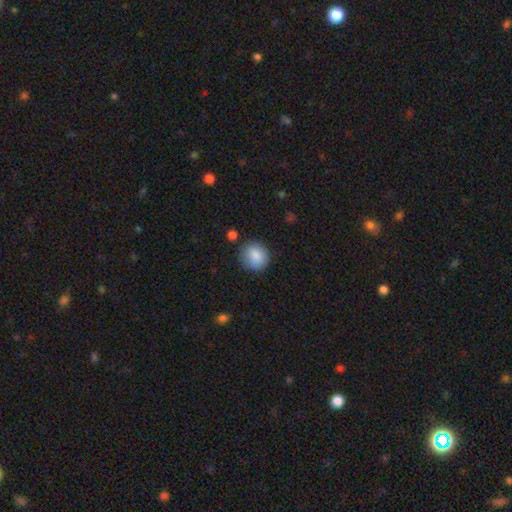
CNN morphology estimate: This appears to be a smooth galaxy with no disk features (87%) that is round (85%). Merging: none (82%).